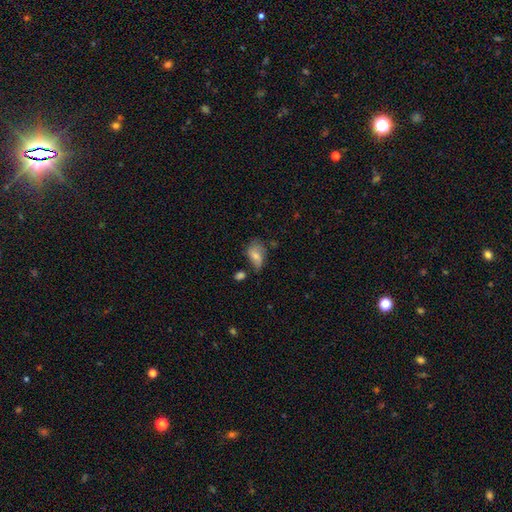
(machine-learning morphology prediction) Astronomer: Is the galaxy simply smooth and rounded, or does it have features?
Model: smooth — 62%.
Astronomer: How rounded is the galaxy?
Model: in between — 88%.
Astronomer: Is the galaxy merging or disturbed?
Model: none — 43% (runner-up: minor disturbance, 34%).